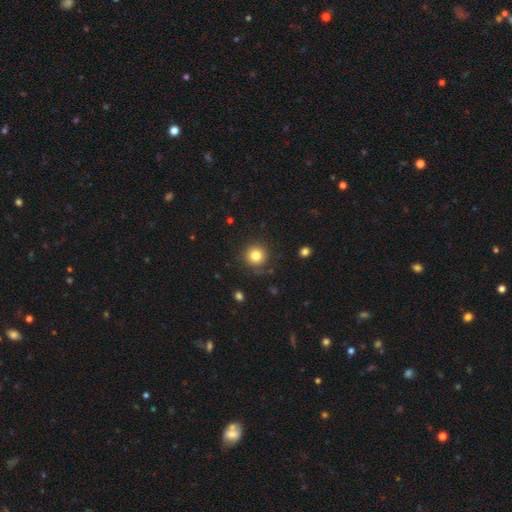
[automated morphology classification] Smooth or featured? smooth (81%)
How rounded? round (95%)
Merging? none (86%)